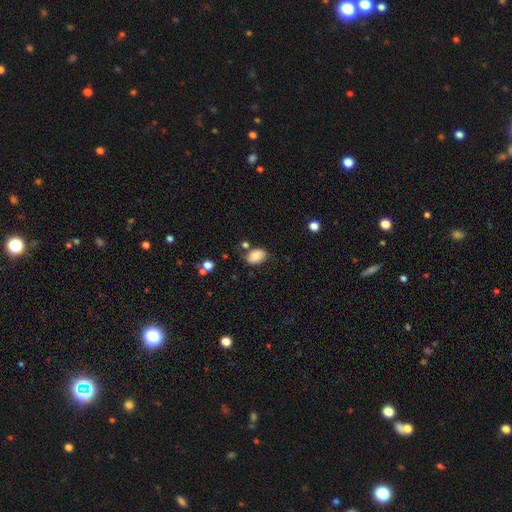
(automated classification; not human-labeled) smooth_or_featured: smooth (p=0.79) [alt: featured or disk p=0.13]
how_rounded: in between (p=0.82) [alt: round p=0.17]
merging: none (p=0.66) [alt: minor disturbance p=0.21]